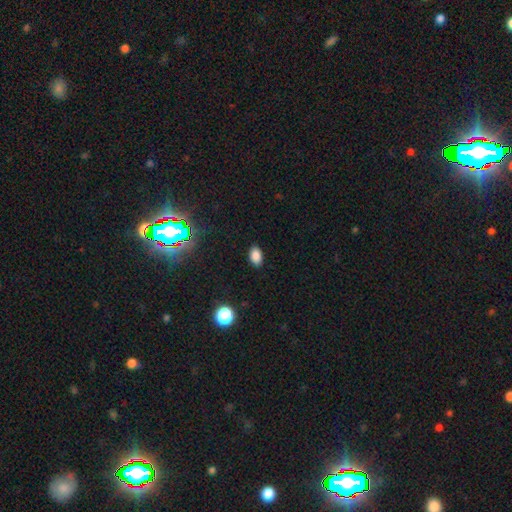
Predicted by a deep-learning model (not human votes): Smooth or featured? smooth (84%)
How rounded? in between (88%)
Merging? none (87%)